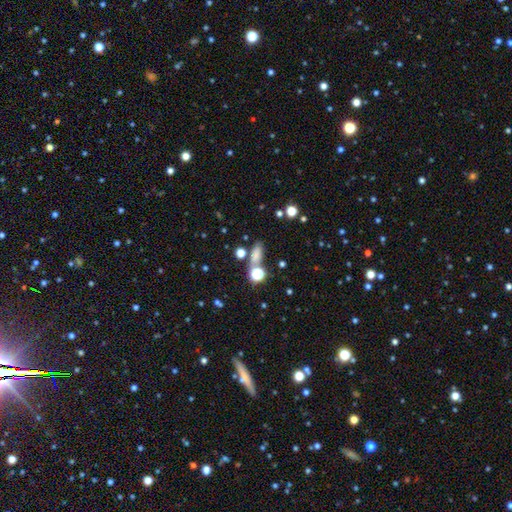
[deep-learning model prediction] Overall: smooth (67%). How rounded: in between (66%). Merging: none (66%).